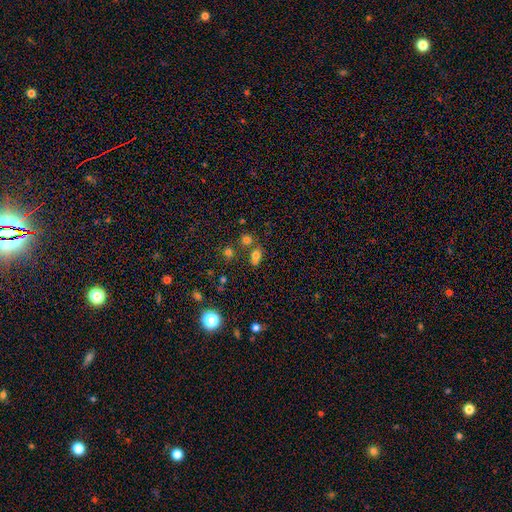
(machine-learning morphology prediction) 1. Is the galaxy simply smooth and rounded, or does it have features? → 72% smooth, 17% star or artifact, 10% featured or disk.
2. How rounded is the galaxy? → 66% in between, 29% round, 4% cigar-shaped.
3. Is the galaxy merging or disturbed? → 56% none, 23% merger, 15% minor disturbance, 6% major disturbance.